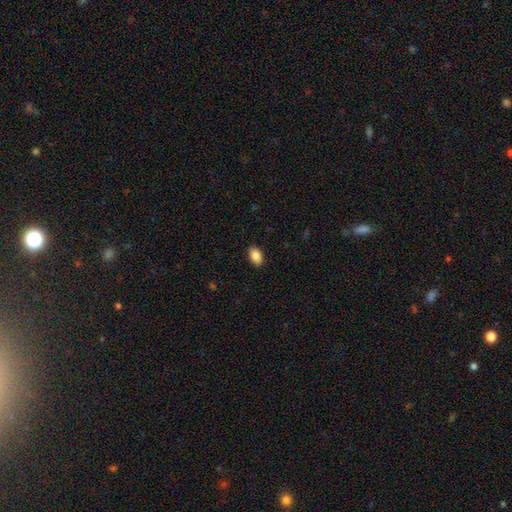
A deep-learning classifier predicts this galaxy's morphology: The model was most divided on "smooth or featured": smooth: 88%, star or artifact: 7%, featured or disk: 5%. More confident: how rounded — in between (92%); merging — none (90%).